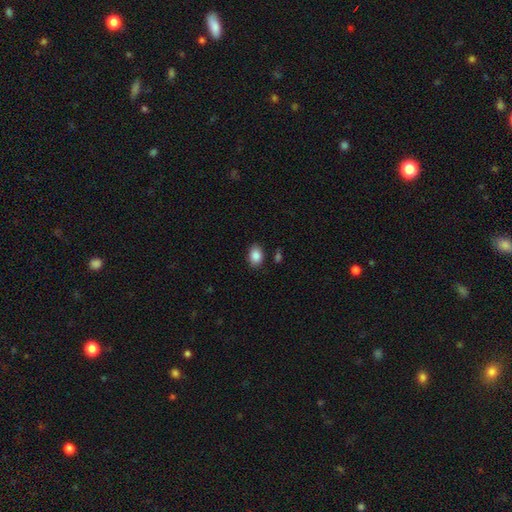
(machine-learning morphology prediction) smooth 88%, star or artifact 8%, featured or disk 4%. Down the decision tree: how rounded — in between (79%); merging — none (84%).